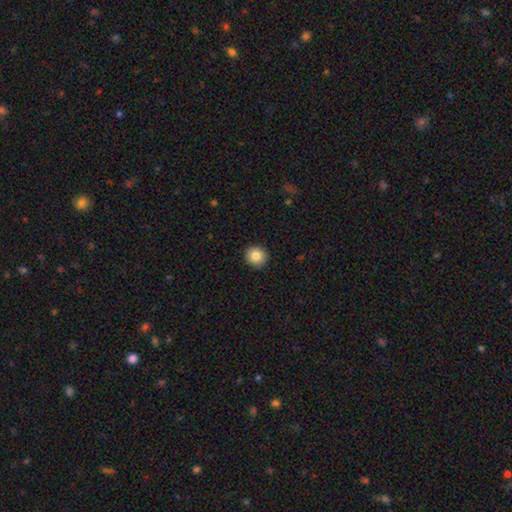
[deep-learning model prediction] smooth_or_featured: smooth (p=0.84) [alt: star or artifact p=0.09]
how_rounded: round (p=0.91) [alt: in between p=0.08]
merging: none (p=0.92) [alt: minor disturbance p=0.06]